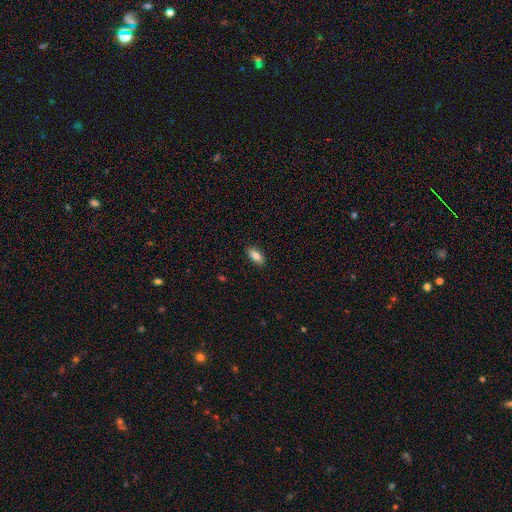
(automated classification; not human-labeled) Morphology: type=smooth (87%); roundness=in between (88%); merging=none (88%).